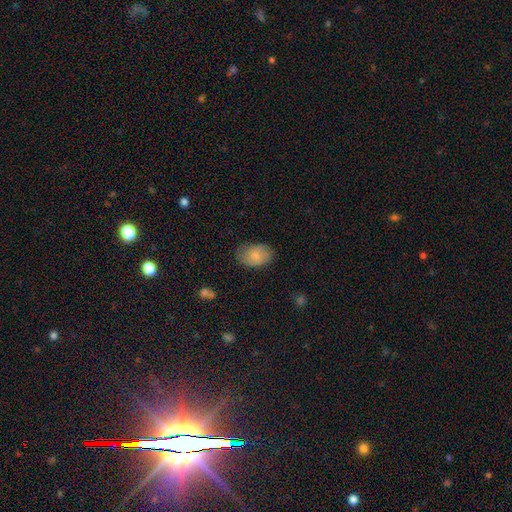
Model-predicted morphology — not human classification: Smooth or featured? Predicted: smooth (p=0.76). How rounded? Predicted: in between (p=0.87). Merging? Predicted: none (p=0.74).